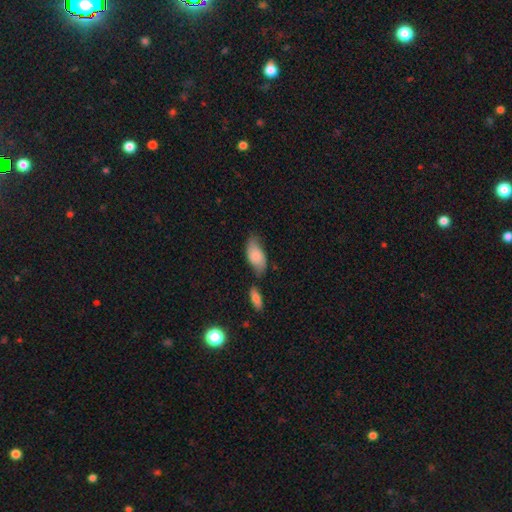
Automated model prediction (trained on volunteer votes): A smooth galaxy with no disk features (79%) that is in between round and cigar-shaped (92%).

Vote fractions:
- Smooth or featured? smooth: 79% / featured or disk: 15% / star or artifact: 7%
- How rounded? in between: 92% / cigar-shaped: 5% / round: 3%
- Merging? none: 50% / minor disturbance: 27% / merger: 15% / major disturbance: 8%